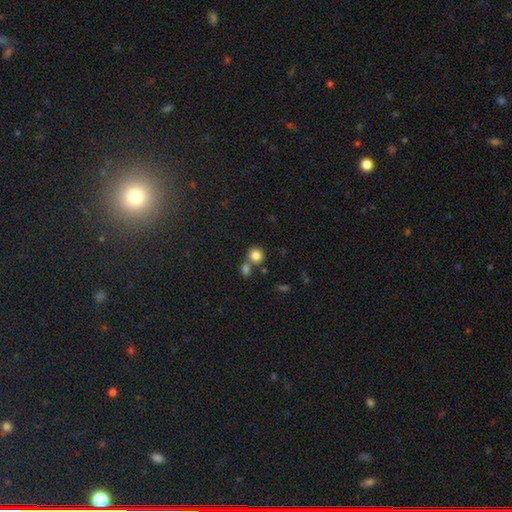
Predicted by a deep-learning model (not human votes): This appears to be a smooth galaxy with no disk features (83%) that is round (85%). Merging: none (59%).